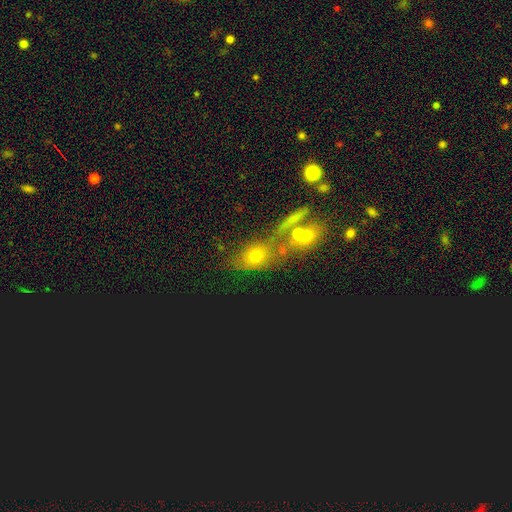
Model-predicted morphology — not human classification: The model was most divided on "merging": merger: 42%, none: 38%, minor disturbance: 11%, major disturbance: 9%. More confident: smooth or featured — smooth (58%); how rounded — in between (52%).